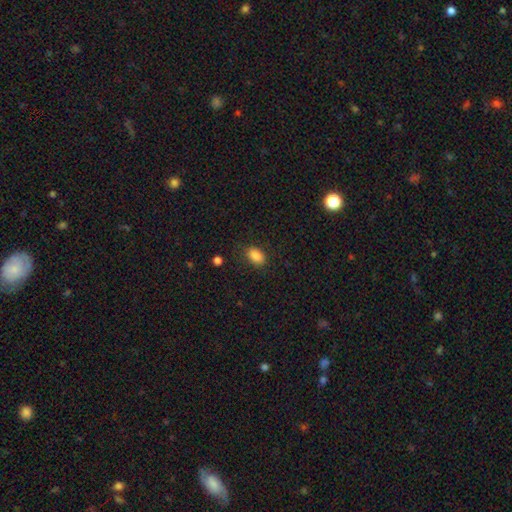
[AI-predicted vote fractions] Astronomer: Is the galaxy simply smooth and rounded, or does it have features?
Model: smooth — 87%.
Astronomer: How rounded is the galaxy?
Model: in between — 87%.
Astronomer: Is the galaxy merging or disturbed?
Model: none — 82%.